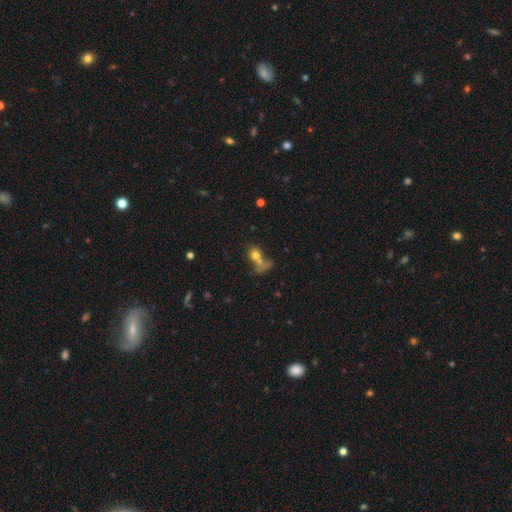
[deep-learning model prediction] Q: Smooth or featured?
A: smooth (67%); runner-up: featured or disk (19%)
Q: How rounded?
A: round (59%); runner-up: in between (37%)
Q: Merging?
A: merger (46%); runner-up: none (28%)